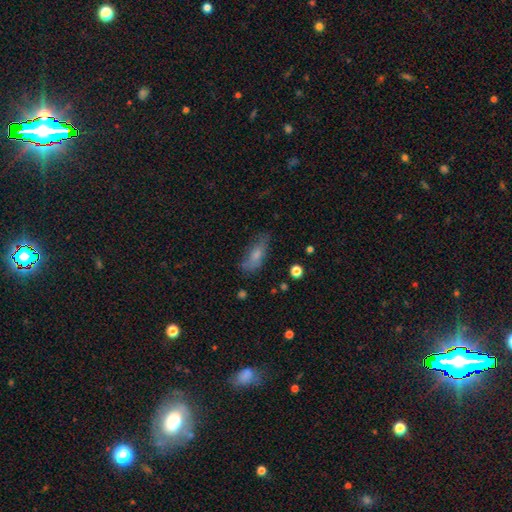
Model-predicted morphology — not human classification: Smooth or featured? Predicted: smooth (p=0.69). How rounded? Predicted: in between (p=0.68). Merging? Predicted: none (p=0.58).